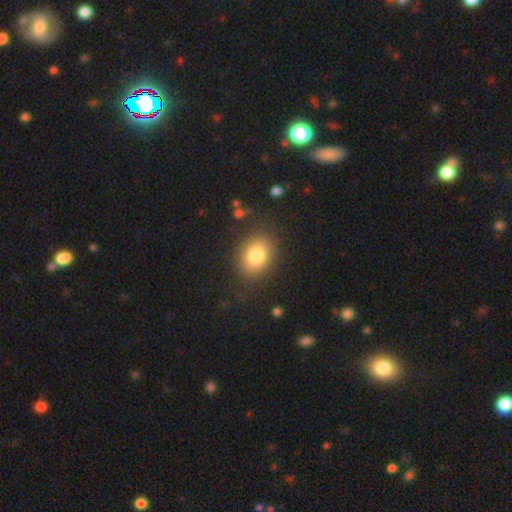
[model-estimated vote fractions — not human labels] This appears to be a smooth galaxy with no disk features (81%) that is in between round and cigar-shaped (62%). Merging: none (82%).